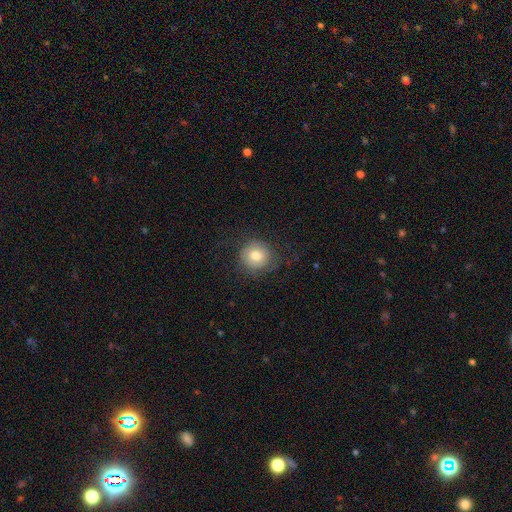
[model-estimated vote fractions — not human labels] Morphology: type=smooth (69%); roundness=round (91%); merging=none (75%).